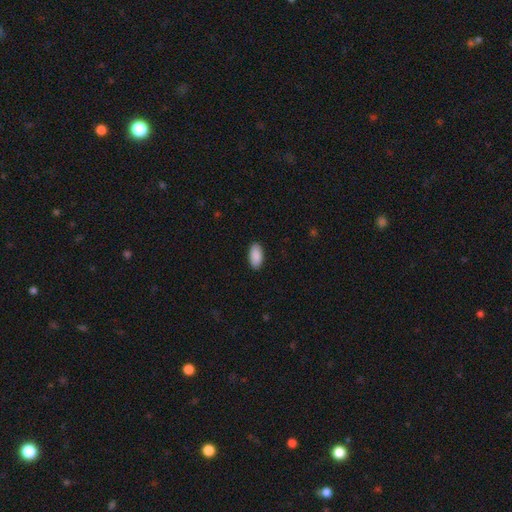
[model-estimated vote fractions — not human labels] Smooth or featured: smooth — 91% (star or artifact — 6%)
How rounded: in between — 94% (cigar-shaped — 4%)
Merging: none — 90% (minor disturbance — 8%)